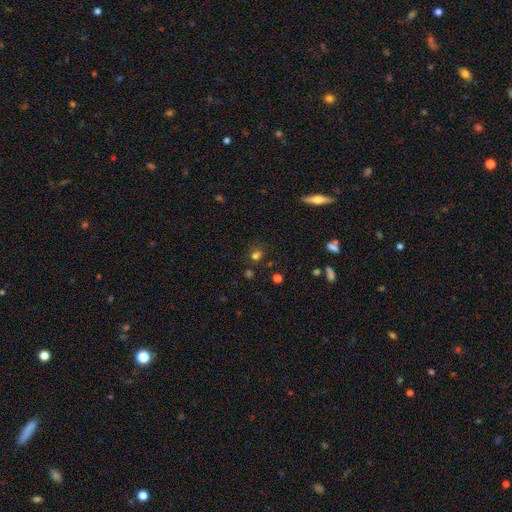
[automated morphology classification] Q: Smooth or featured?
A: smooth (69%); runner-up: star or artifact (25%)
Q: How rounded?
A: round (70%); runner-up: in between (29%)
Q: Merging?
A: none (72%); runner-up: minor disturbance (15%)